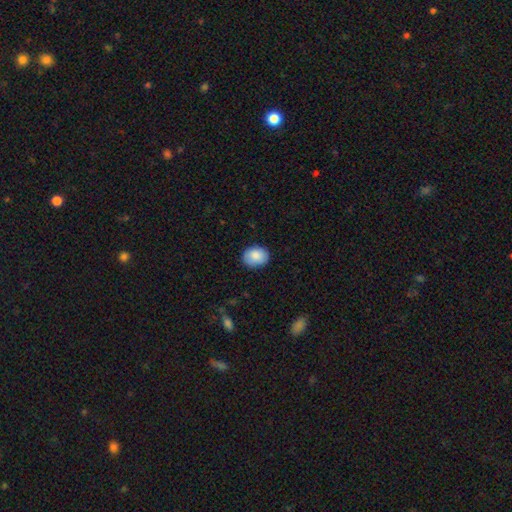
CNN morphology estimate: The model was most divided on "how rounded": in between: 59%, round: 40%, cigar-shaped: 1%. More confident: smooth or featured — smooth (86%); merging — none (83%).